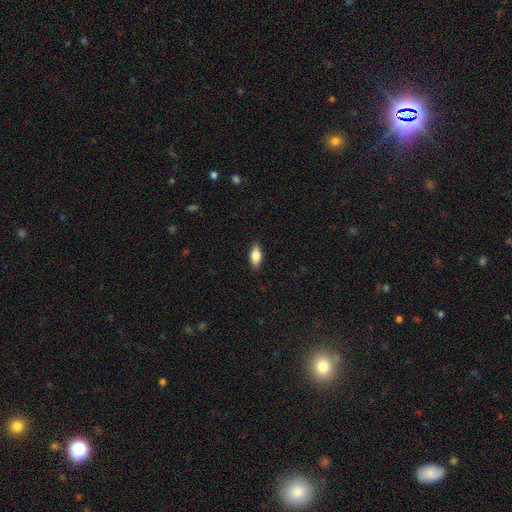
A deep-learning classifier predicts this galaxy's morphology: This is clearly a smooth galaxy (81%). How rounded: clearly in between (86%). Merging: clearly none (87%).